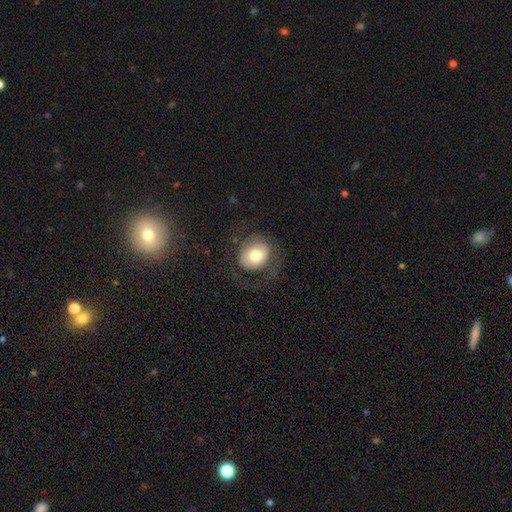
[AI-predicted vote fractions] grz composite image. It shows a smooth galaxy with no disk features (63%) that is round (66%). Merging: none (54%).